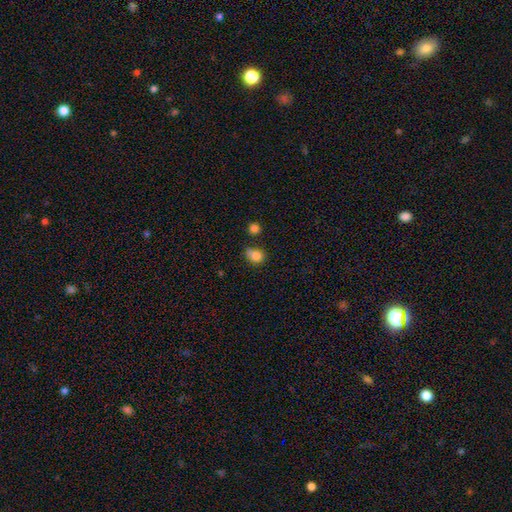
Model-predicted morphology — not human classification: type=smooth (83%); roundness=round (50%); merging=none (54%).